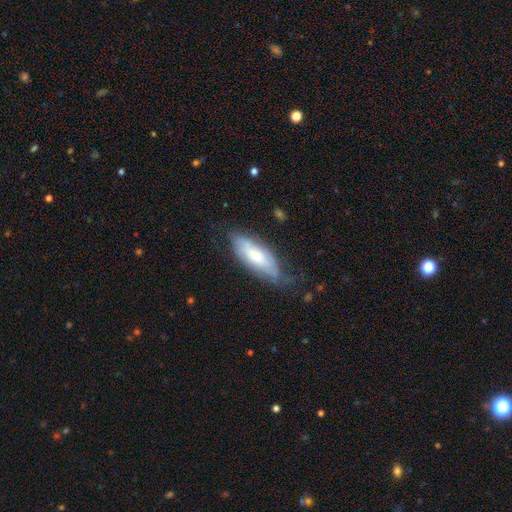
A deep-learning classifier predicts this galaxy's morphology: smooth_or_featured: smooth (p=0.53) [alt: featured or disk p=0.41]
how_rounded: in between (p=0.69) [alt: cigar-shaped p=0.29]
merging: none (p=0.57) [alt: minor disturbance p=0.31]